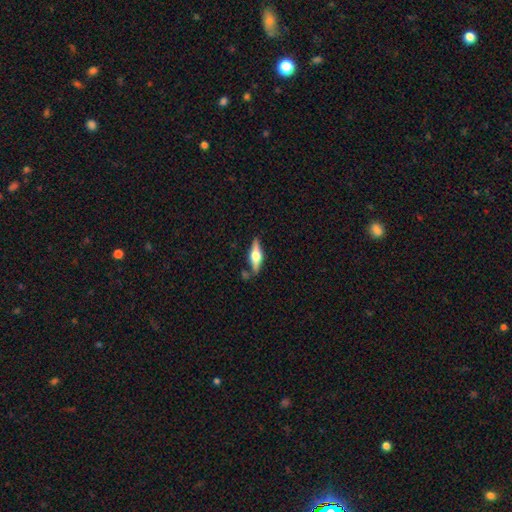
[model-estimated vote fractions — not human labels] smooth_or_featured: featured or disk (p=0.65) [alt: smooth p=0.29]
disk_edge_on: yes (p=0.95) [alt: no p=0.05]
edge_on_bulge: rounded (p=0.94) [alt: boxy p=0.04]
merging: none (p=0.80) [alt: minor disturbance p=0.12]